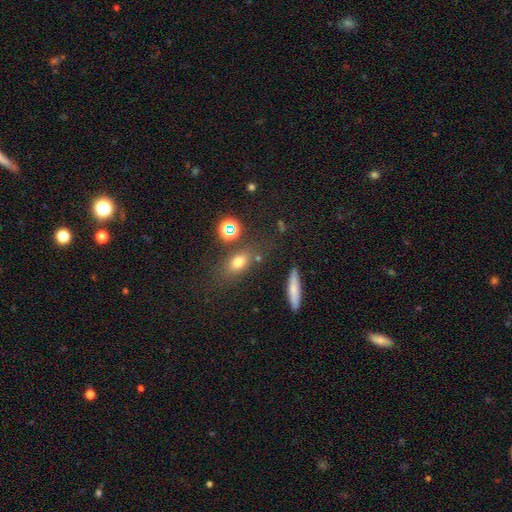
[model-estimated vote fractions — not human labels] A smooth galaxy with no disk features (48%). Merging: none (64%).